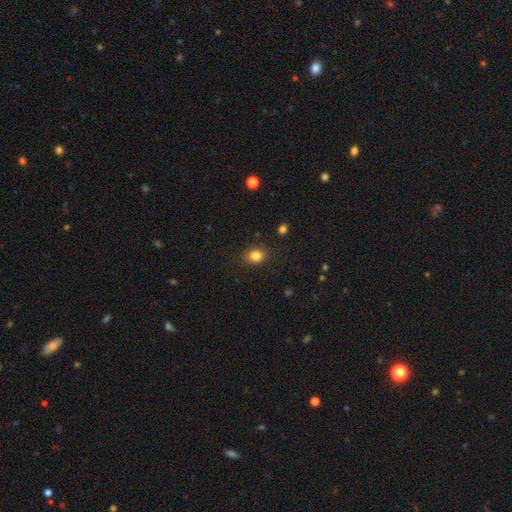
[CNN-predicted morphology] This appears to be a smooth galaxy with no disk features (85%) that is round (65%). Merging: none (84%).